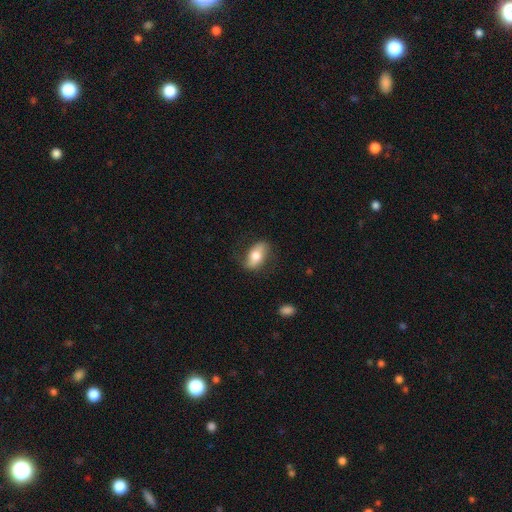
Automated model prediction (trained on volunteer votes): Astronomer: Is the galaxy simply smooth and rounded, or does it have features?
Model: smooth — 64%.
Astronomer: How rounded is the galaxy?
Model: in between — 87%.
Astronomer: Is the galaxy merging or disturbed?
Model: none — 73%.